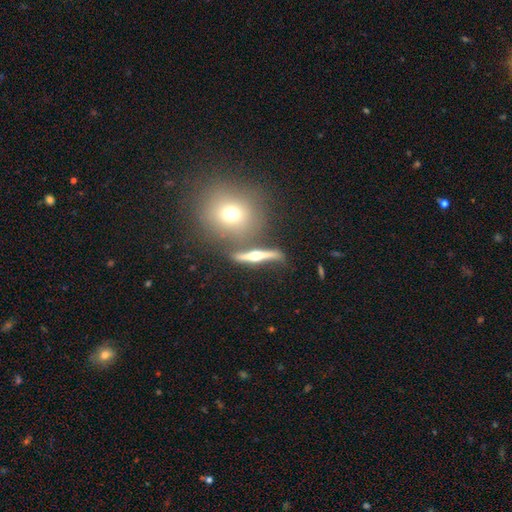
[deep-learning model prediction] A featured or disk galaxy (70%) viewed edge-on (88%) with a rounded central bulge (95%).

Vote fractions:
- Smooth or featured? featured or disk: 70% / smooth: 21% / star or artifact: 9%
- Edge-on disk? yes: 88% / no: 12%
- Edge-on bulge? rounded: 95% / none: 2% / boxy: 2%
- Merging? none: 71% / merger: 12% / minor disturbance: 12% / major disturbance: 6%